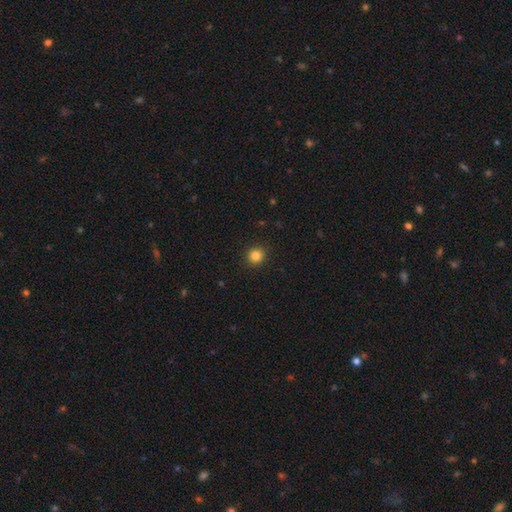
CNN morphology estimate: This is clearly a smooth galaxy (84%). How rounded: clearly round (92%). Merging: clearly none (92%).